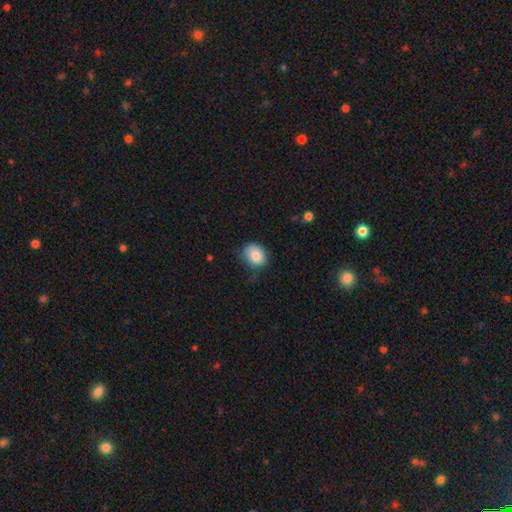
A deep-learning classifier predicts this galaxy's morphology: The model was most divided on "how rounded": round: 55%, in between: 44%, cigar-shaped: 1%. More confident: smooth or featured — smooth (83%); merging — none (63%).